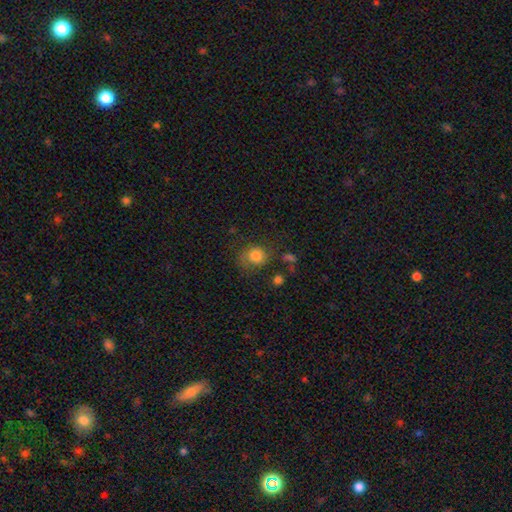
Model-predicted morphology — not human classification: smooth-or-featured: smooth: 73% | featured or disk: 17% | star or artifact: 10%
  how-rounded: round: 71% | in between: 28% | cigar-shaped: 1%
  merging: none: 56% | minor disturbance: 24% | major disturbance: 16% | merger: 4%